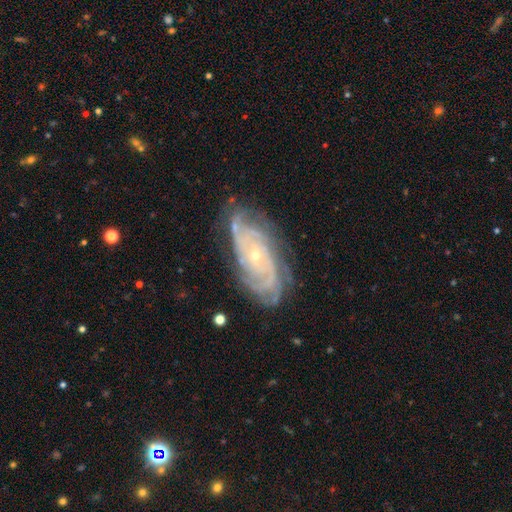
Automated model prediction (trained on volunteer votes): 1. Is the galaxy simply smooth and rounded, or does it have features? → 90% featured or disk, 6% star or artifact, 5% smooth.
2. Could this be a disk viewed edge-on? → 95% no, 5% yes.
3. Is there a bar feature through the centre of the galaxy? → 73% no, 20% weak, 7% strong.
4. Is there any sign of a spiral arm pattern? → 98% yes, 2% no.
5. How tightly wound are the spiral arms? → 76% tight, 21% medium, 4% loose.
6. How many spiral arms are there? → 24% 4, 22% can't tell, 20% 3, 16% 2, 11% more than 4, 7% 1.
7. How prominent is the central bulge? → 76% small, 21% moderate, 1% none, 1% large, 1% dominant.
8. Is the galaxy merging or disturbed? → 77% none, 17% minor disturbance, 5% major disturbance, 1% merger.